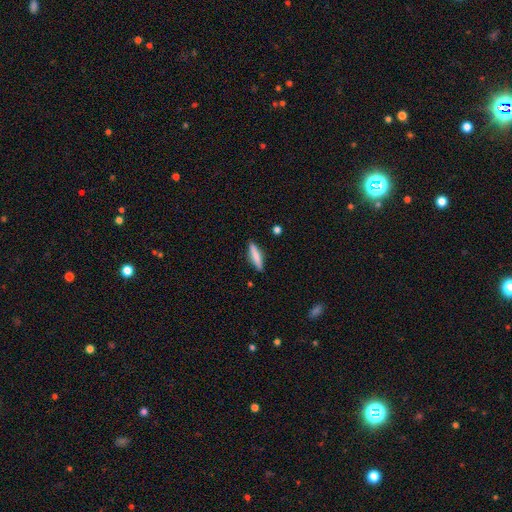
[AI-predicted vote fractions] Overall: smooth (74%). How rounded: cigar-shaped (82%). Merging: none (87%).